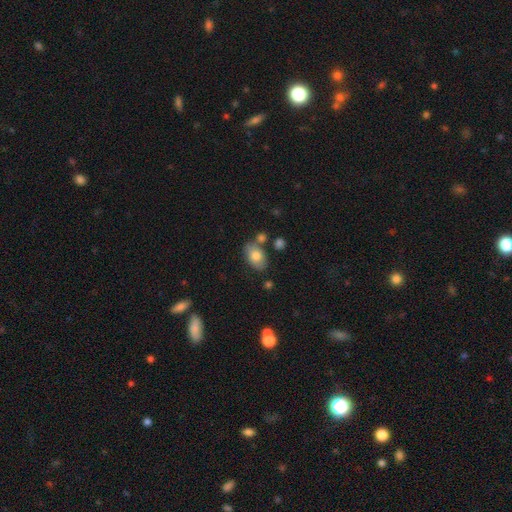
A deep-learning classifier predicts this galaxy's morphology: Overall: smooth (76%). How rounded: in between (87%). Merging: none (69%).